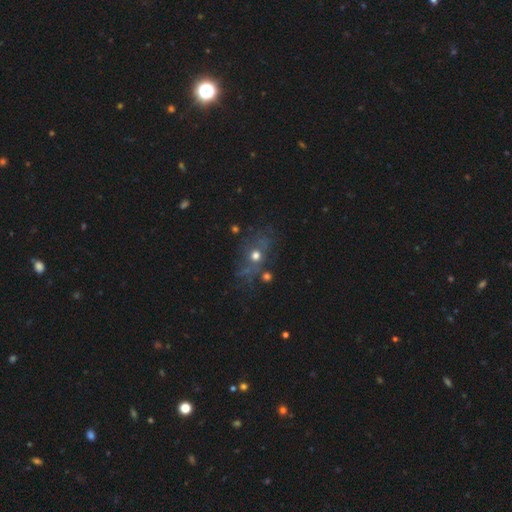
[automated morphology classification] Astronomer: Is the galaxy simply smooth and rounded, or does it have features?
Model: smooth — 45% (runner-up: featured or disk, 31%).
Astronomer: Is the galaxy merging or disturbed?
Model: none — 55%.